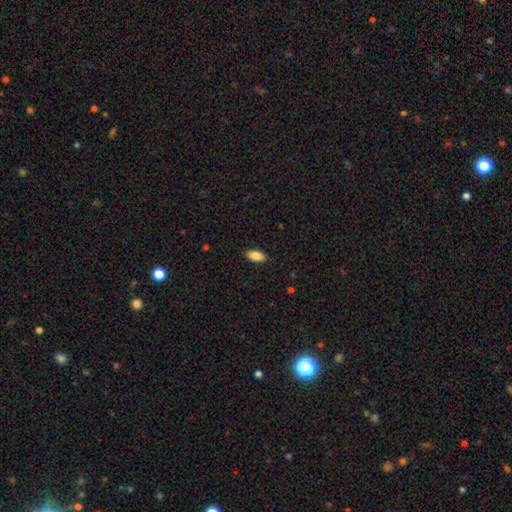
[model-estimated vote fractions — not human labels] This appears to be a smooth galaxy with no disk features (85%) that is in between round and cigar-shaped (90%). Merging: none (88%).